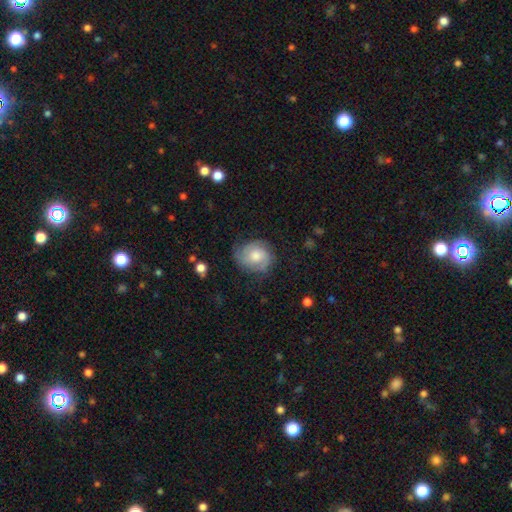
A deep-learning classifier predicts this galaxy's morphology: This appears to be a featured or disk galaxy (52%) with no bar (77%), spiral arms (85%) and a moderate central bulge (60%). Merging: none (64%).